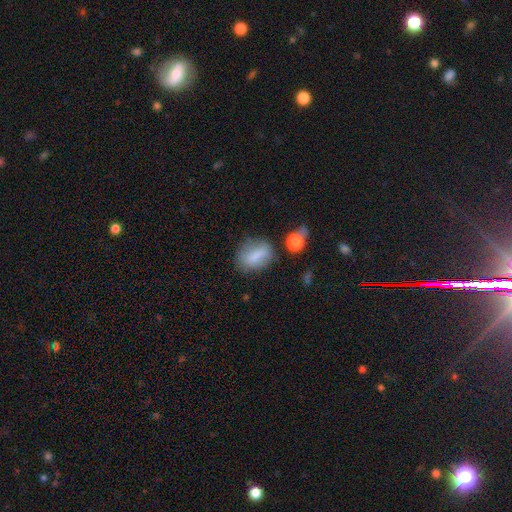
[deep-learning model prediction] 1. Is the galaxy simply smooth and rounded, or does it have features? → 74% smooth, 17% featured or disk, 9% star or artifact.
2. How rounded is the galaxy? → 71% in between, 24% round, 5% cigar-shaped.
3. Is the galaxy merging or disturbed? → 63% none, 21% minor disturbance, 9% major disturbance, 7% merger.